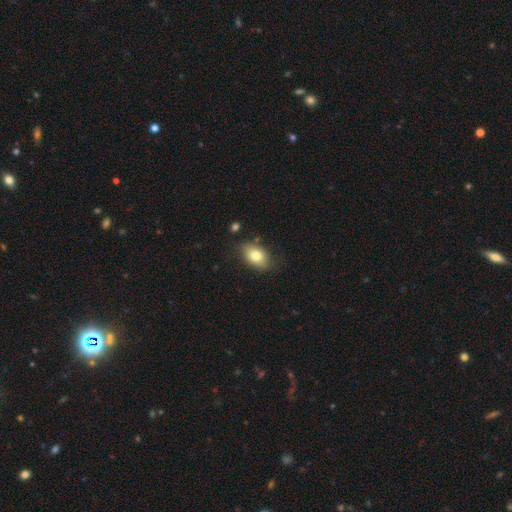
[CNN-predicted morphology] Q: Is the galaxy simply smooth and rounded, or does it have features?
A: smooth — 79%.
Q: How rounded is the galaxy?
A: in between — 85%.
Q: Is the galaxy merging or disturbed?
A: none — 77%.